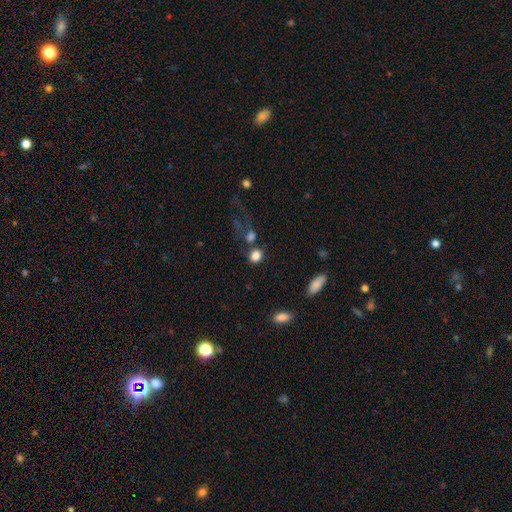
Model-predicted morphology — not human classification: A smooth galaxy with no disk features (83%) that is round (75%). Merging: none (69%).